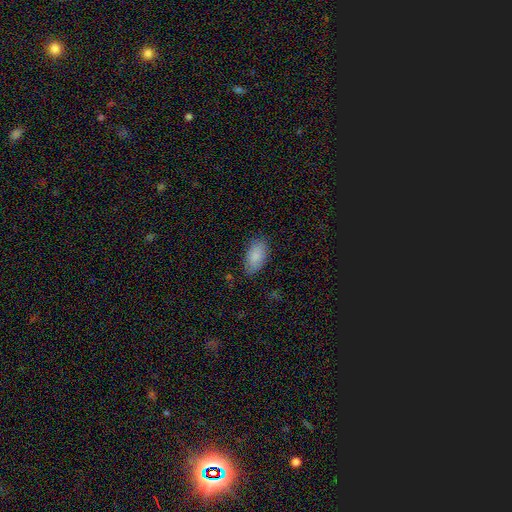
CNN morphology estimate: Smooth or featured: smooth — 86% (featured or disk — 7%)
How rounded: in between — 94% (round — 4%)
Merging: none — 81% (minor disturbance — 15%)